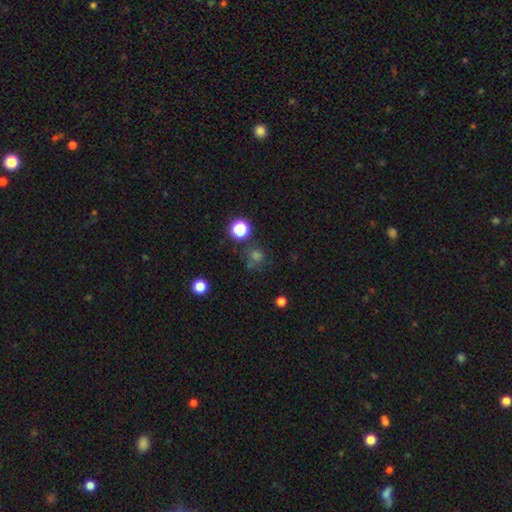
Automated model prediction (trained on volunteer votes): The model was most divided on "smooth or featured": smooth: 58%, star or artifact: 33%, featured or disk: 9%. More confident: how rounded — round (86%); merging — none (68%).